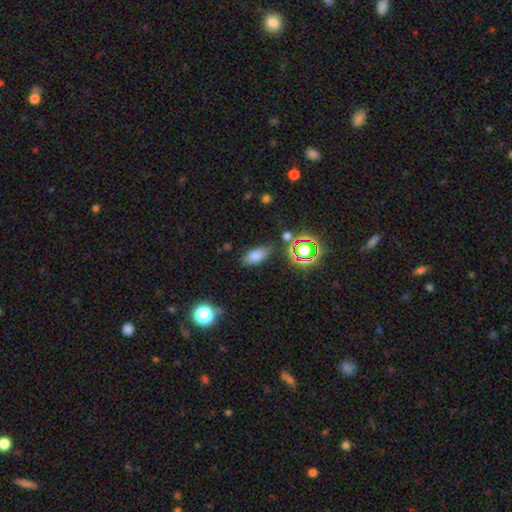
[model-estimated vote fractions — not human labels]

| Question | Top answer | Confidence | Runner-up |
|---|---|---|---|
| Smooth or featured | smooth | 74% | star or artifact (16%) |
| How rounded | in between | 84% | cigar-shaped (10%) |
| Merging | none | 79% | minor disturbance (13%) |